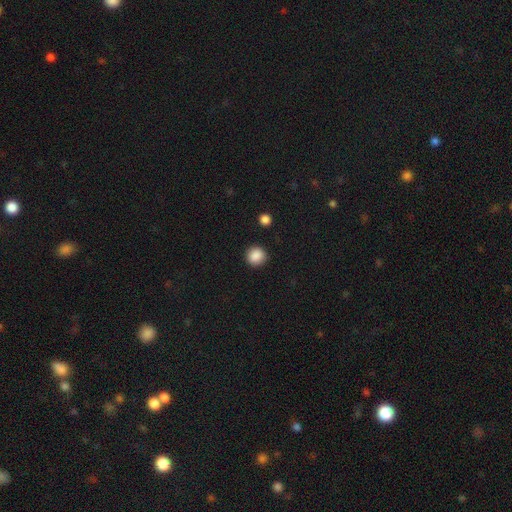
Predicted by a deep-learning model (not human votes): A smooth galaxy with no disk features (88%) that is round (92%).

Vote fractions:
- Smooth or featured? smooth: 88% / star or artifact: 9% / featured or disk: 3%
- How rounded? round: 92% / in between: 7% / cigar-shaped: 1%
- Merging? none: 90% / minor disturbance: 6% / major disturbance: 2% / merger: 2%